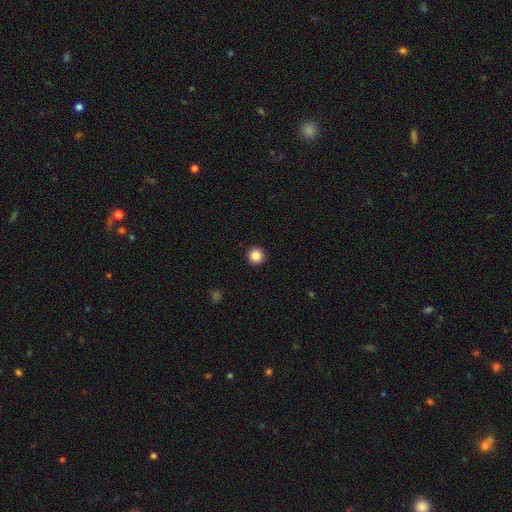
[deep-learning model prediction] smooth_or_featured: smooth (p=0.86) [alt: star or artifact p=0.10]
how_rounded: round (p=0.96) [alt: in between p=0.03]
merging: none (p=0.94) [alt: minor disturbance p=0.04]